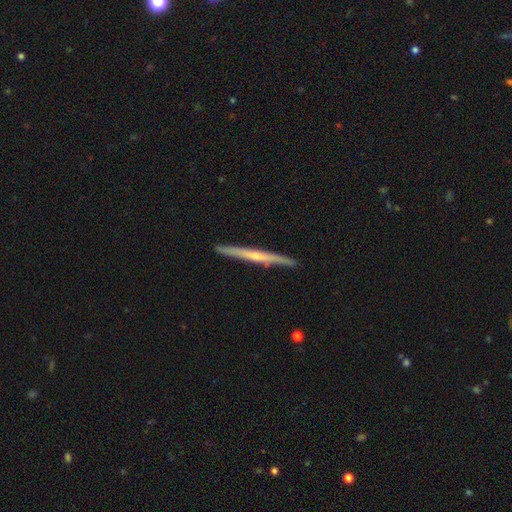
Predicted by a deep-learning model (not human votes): The model was most divided on "edge-on bulge": none: 50%, rounded: 45%, boxy: 6%. More confident: edge-on disk — yes (97%); merging — none (89%); smooth or featured — featured or disk (64%).